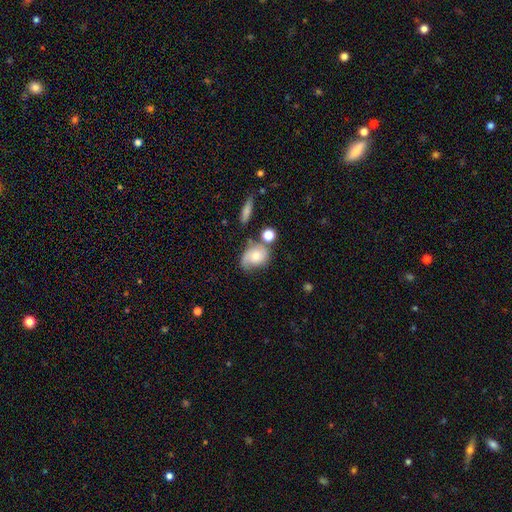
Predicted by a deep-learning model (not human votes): This is possibly a smooth galaxy (54%). How rounded: likely in between (64%). Merging: marginally none (38%).